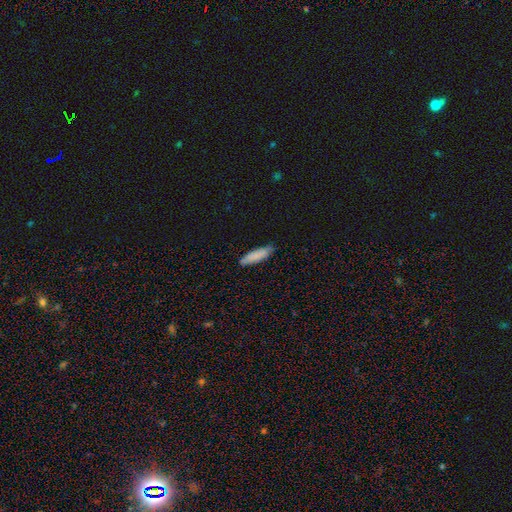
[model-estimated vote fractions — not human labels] A smooth galaxy with no disk features (83%) that is cigar-shaped (65%).

Vote fractions:
- Smooth or featured? smooth: 83% / featured or disk: 11% / star or artifact: 6%
- How rounded? cigar-shaped: 65% / in between: 33% / round: 1%
- Merging? none: 80% / minor disturbance: 16% / major disturbance: 2% / merger: 1%